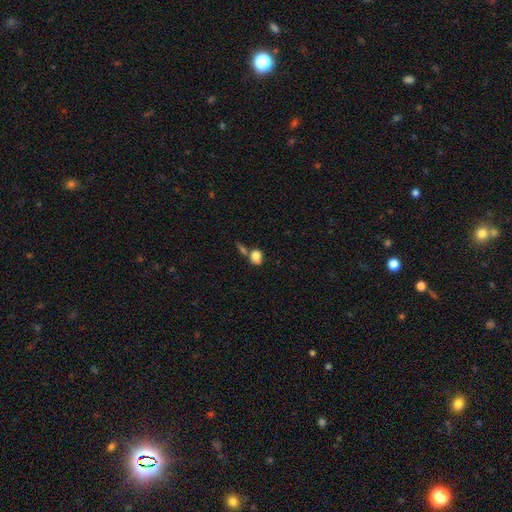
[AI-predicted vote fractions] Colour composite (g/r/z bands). It shows a smooth galaxy with no disk features (82%) that is round (50%). Merging: none (45%).